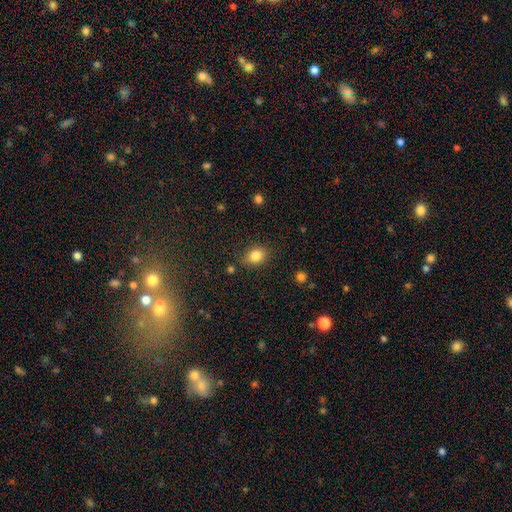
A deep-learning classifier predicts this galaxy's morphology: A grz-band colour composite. It shows a smooth galaxy with no disk features (84%) that is round (53%). Merging: none (79%).